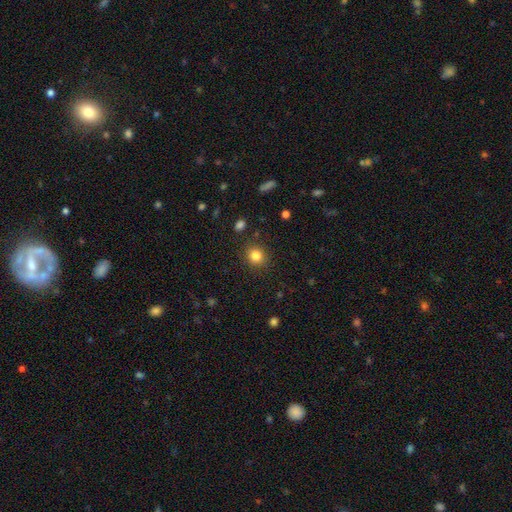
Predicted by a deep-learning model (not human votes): Q: Smooth or featured?
A: smooth (83%); runner-up: star or artifact (12%)
Q: How rounded?
A: round (84%); runner-up: in between (15%)
Q: Merging?
A: none (88%); runner-up: minor disturbance (8%)